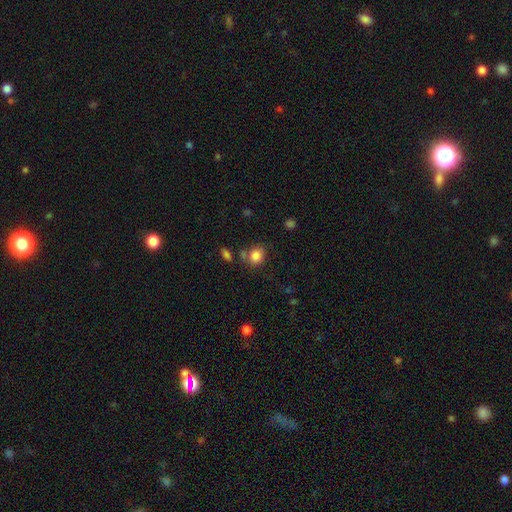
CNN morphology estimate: smooth 85%, star or artifact 10%, featured or disk 5%. Down the decision tree: how rounded — round (61%); merging — none (67%).